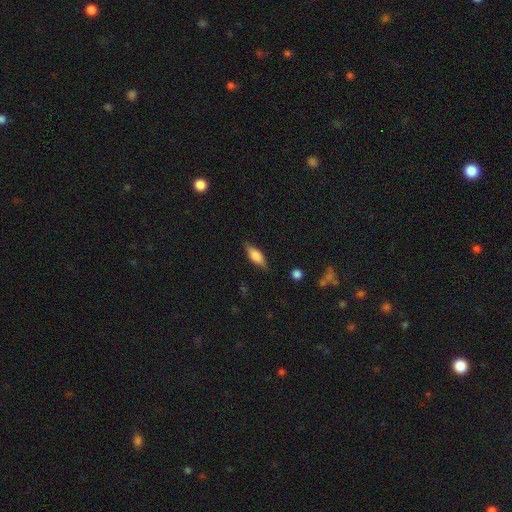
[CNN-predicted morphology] A smooth galaxy with no disk features (62%) that is in between round and cigar-shaped (63%).

Vote fractions:
- Smooth or featured? smooth: 62% / featured or disk: 31% / star or artifact: 8%
- How rounded? in between: 63% / cigar-shaped: 34% / round: 3%
- Merging? none: 81% / minor disturbance: 14% / major disturbance: 3% / merger: 1%